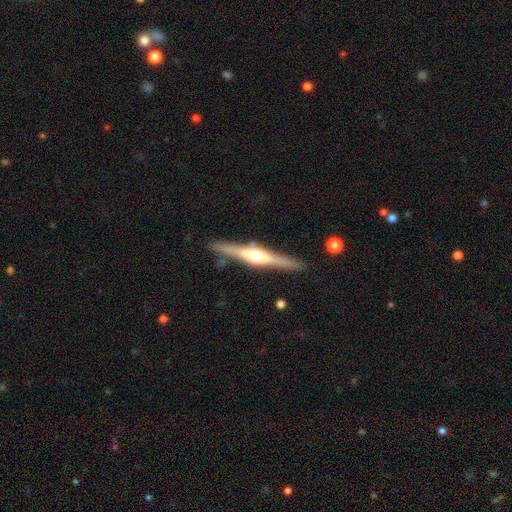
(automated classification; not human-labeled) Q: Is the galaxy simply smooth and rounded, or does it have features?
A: featured or disk — 81%.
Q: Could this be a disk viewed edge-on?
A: yes — 98%.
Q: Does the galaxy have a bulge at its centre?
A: rounded — 89%.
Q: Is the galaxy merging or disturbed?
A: none — 87%.